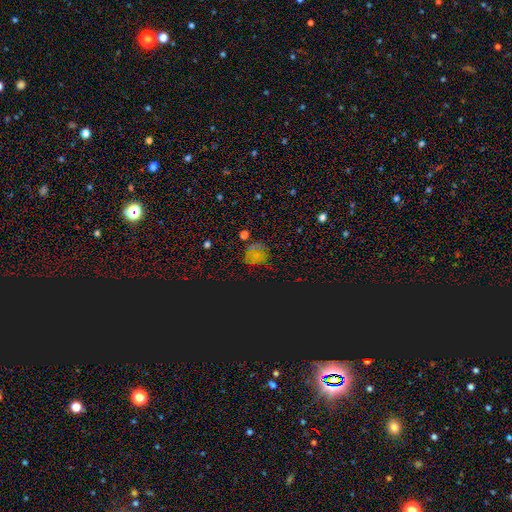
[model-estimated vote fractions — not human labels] Smooth or featured: smooth — 47% (star or artifact — 42%)
Merging: none — 67% (minor disturbance — 20%)